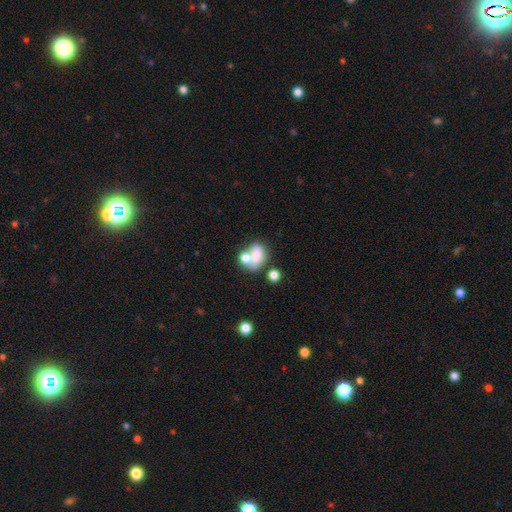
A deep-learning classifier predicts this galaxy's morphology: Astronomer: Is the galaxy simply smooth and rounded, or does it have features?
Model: smooth — 70%.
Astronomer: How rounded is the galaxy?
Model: in between — 71%.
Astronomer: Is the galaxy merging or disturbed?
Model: merger — 46% (runner-up: none, 32%).